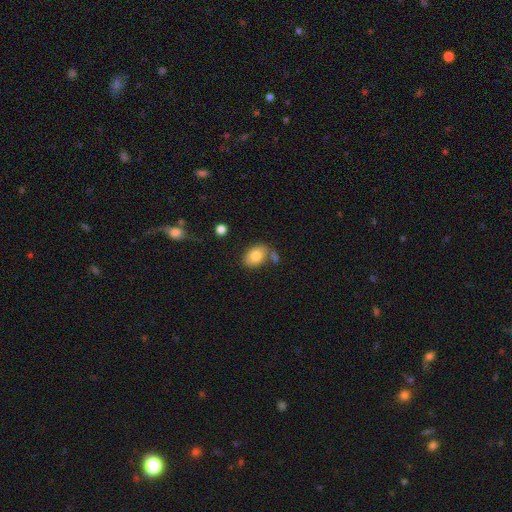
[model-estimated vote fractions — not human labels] The model was most divided on "merging": none: 65%, minor disturbance: 17%, merger: 13%, major disturbance: 5%. More confident: how rounded — in between (84%); smooth or featured — smooth (81%).